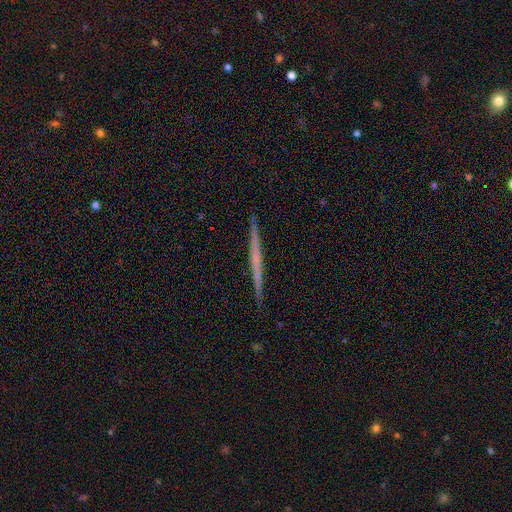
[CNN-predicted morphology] The model was most divided on "smooth or featured": featured or disk: 59%, smooth: 36%, star or artifact: 6%. More confident: edge-on disk — yes (98%); merging — none (92%); edge-on bulge — none (87%).